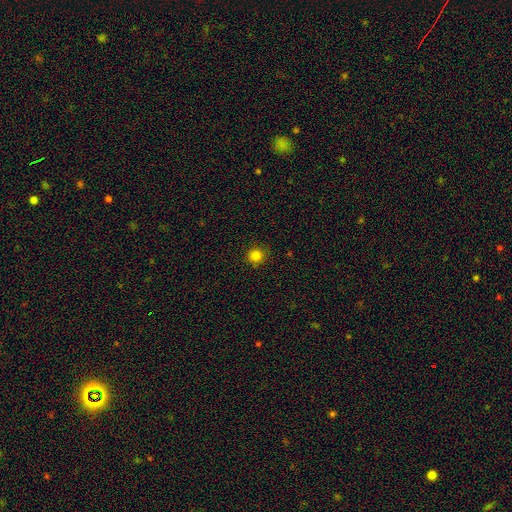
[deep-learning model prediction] This is clearly a smooth galaxy (83%). How rounded: clearly round (93%). Merging: clearly none (90%).